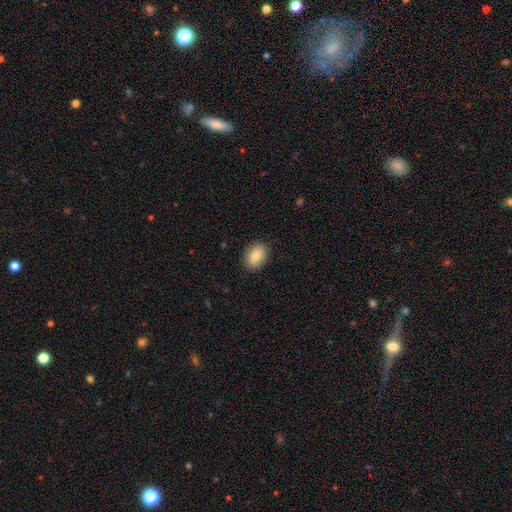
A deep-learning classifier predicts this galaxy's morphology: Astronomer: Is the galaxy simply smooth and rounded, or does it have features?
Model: smooth — 82%.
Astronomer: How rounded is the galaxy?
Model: in between — 72%.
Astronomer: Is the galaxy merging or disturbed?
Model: none — 87%.